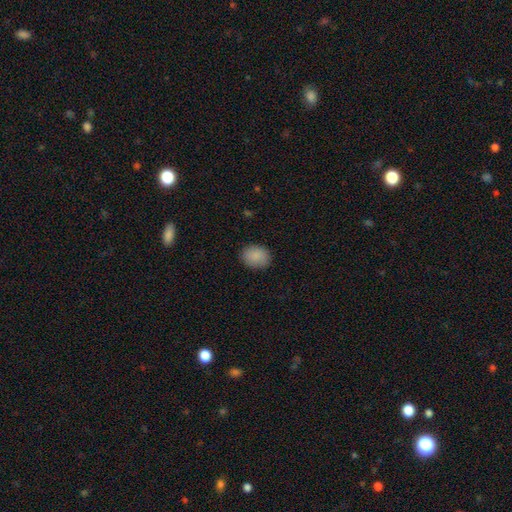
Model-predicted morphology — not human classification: The model was most divided on "how rounded": in between: 50%, round: 49%, cigar-shaped: 1%. More confident: smooth or featured — smooth (88%); merging — none (88%).